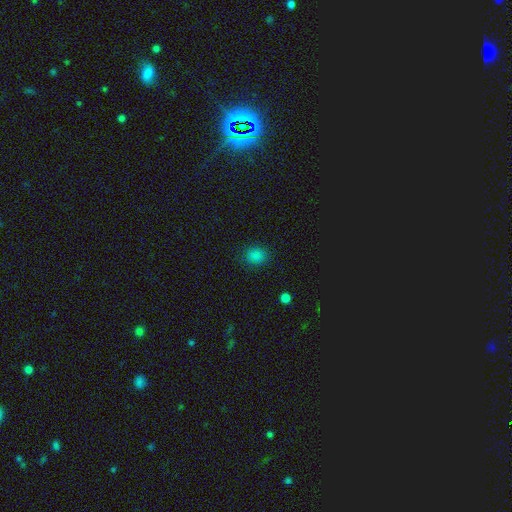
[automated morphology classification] This is clearly a smooth galaxy (83%). How rounded: likely round (71%). Merging: clearly none (87%).